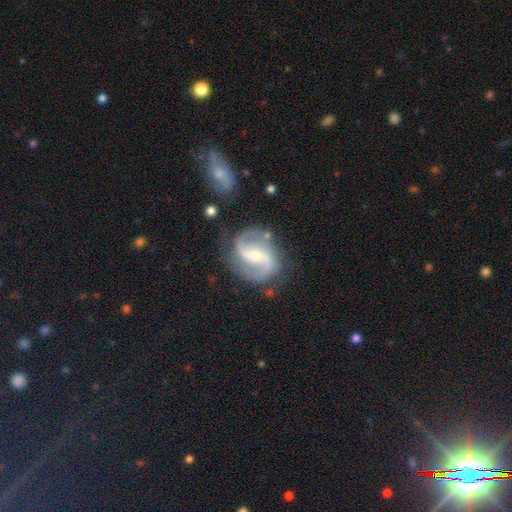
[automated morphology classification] featured or disk 90%, smooth 6%, star or artifact 5%. Down the decision tree: edge-on disk — no (98%); bar — weak (44%); spiral arms — yes (97%); spiral arm count — 2 (93%); spiral winding — medium (55%); bulge size — moderate (48%); merging — none (78%).